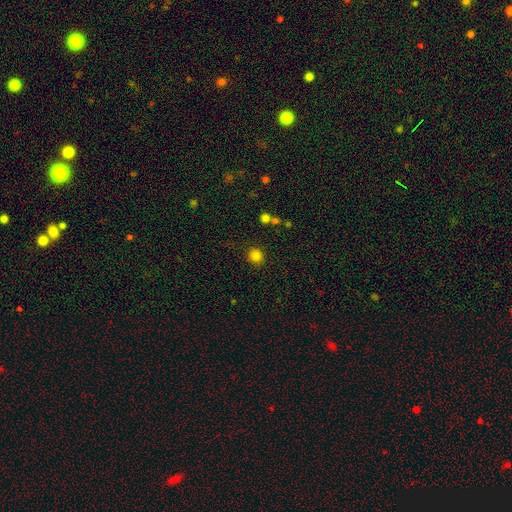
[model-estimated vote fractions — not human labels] The model was most divided on "smooth or featured": smooth: 82%, star or artifact: 13%, featured or disk: 5%. More confident: how rounded — round (89%); merging — none (88%).